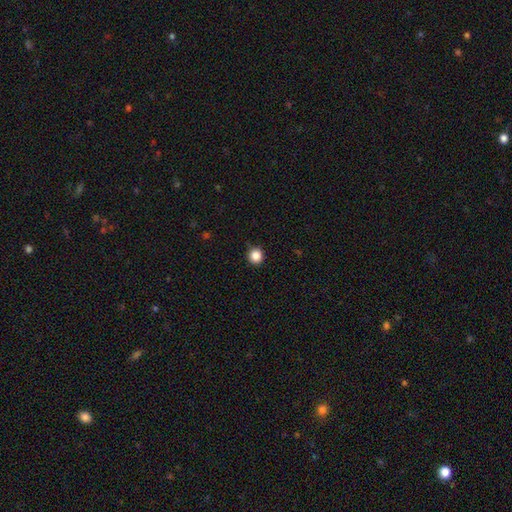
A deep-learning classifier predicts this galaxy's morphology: Smooth or featured? Predicted: smooth (p=0.86). How rounded? Predicted: round (p=0.93). Merging? Predicted: none (p=0.89).